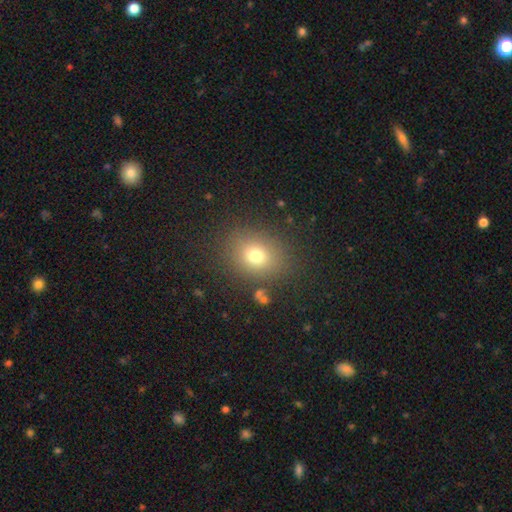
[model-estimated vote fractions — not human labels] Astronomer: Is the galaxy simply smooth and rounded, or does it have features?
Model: smooth — 74%.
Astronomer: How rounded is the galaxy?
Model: round — 57% (runner-up: in between, 42%).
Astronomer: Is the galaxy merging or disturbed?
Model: none — 84%.